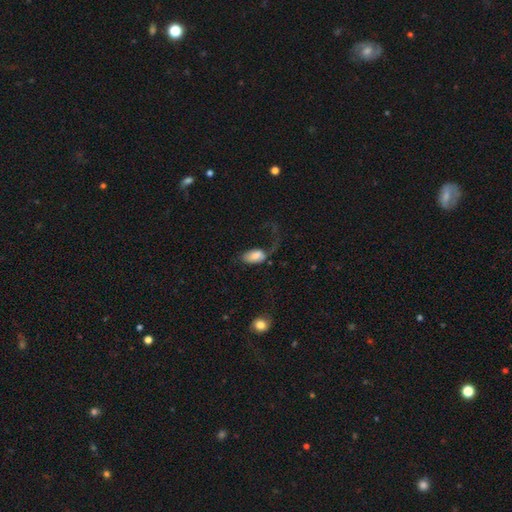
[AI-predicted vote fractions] Overall: smooth (72%). How rounded: in between (92%). Merging: major disturbance (48%; none 28%).